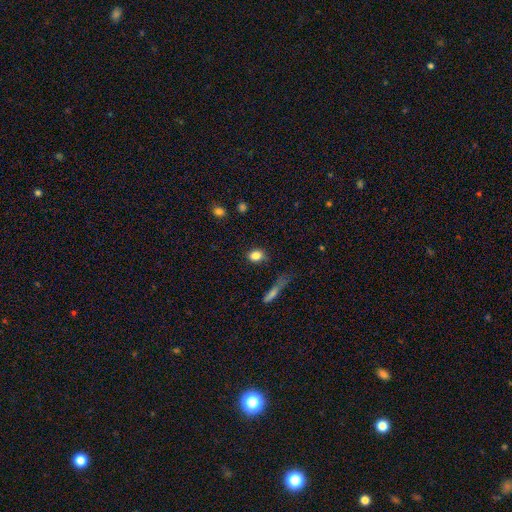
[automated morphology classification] A smooth galaxy with no disk features (84%) that is in between round and cigar-shaped (50%). Merging: none (77%).